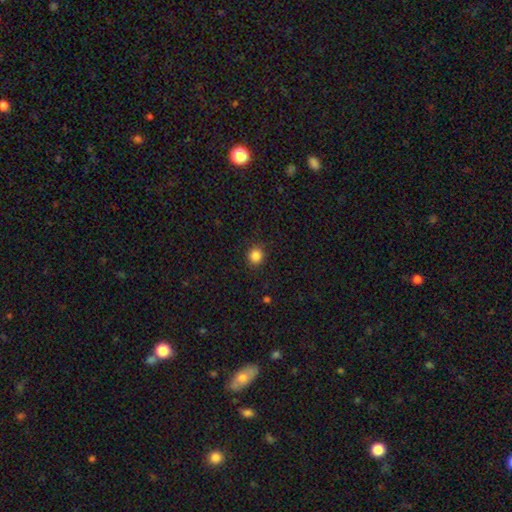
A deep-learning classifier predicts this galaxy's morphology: This is clearly a smooth galaxy (86%). How rounded: clearly round (89%). Merging: clearly none (89%).